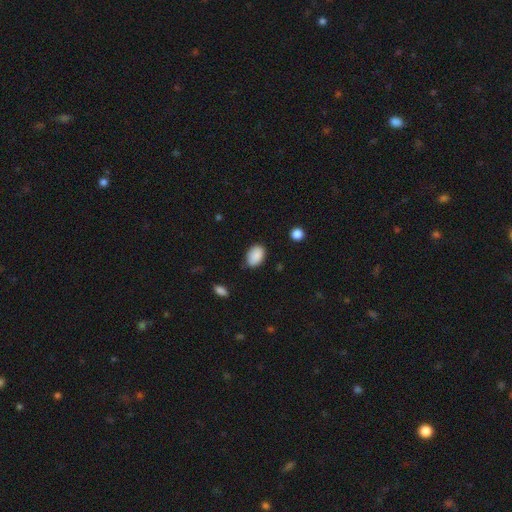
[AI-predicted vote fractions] The model was most divided on "merging": none: 77%, minor disturbance: 18%, major disturbance: 3%, merger: 2%. More confident: smooth or featured — smooth (89%); how rounded — in between (85%).